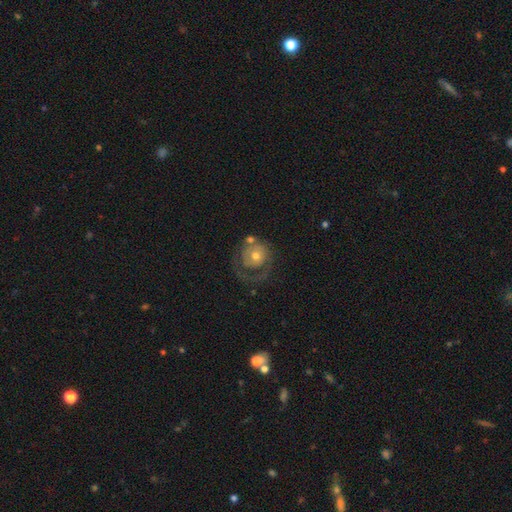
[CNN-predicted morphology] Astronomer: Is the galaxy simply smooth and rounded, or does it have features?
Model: featured or disk — 66%.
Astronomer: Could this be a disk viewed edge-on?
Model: no — 97%.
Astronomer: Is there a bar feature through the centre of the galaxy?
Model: no — 83%.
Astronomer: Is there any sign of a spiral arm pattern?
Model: yes — 72%.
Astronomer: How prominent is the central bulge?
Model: moderate — 66%.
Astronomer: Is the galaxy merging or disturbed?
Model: none — 45% (runner-up: major disturbance, 27%).